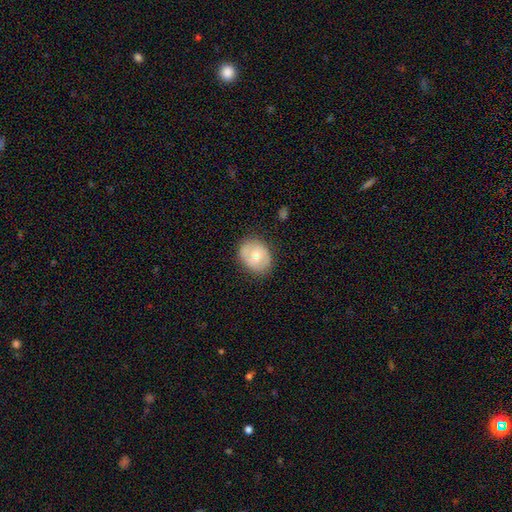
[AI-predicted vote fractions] The model was most divided on "smooth or featured": smooth: 51%, featured or disk: 43%, star or artifact: 7%. More confident: merging — none (78%); how rounded — round (60%).